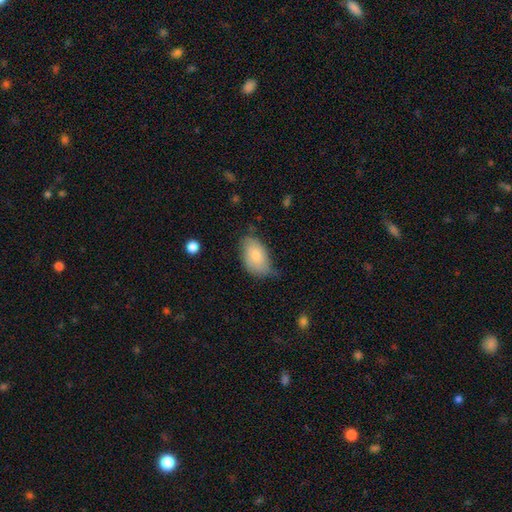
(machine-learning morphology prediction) type=smooth (74%); roundness=in between (93%); merging=none (48%).